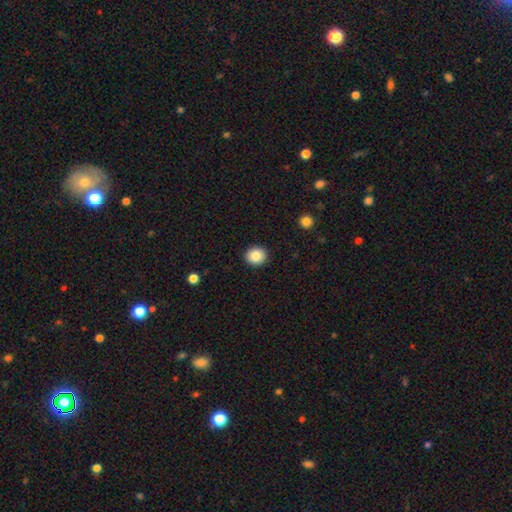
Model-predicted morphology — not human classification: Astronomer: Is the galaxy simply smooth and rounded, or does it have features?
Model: smooth — 86%.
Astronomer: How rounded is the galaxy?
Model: round — 81%.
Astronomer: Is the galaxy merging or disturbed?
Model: none — 92%.